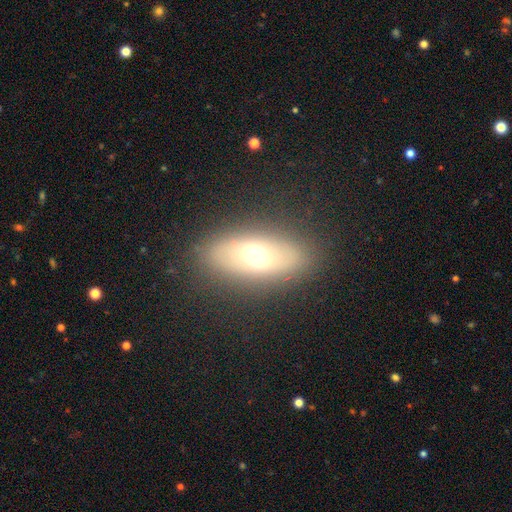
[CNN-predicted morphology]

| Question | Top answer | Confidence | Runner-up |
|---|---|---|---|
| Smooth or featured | smooth | 53% | featured or disk (37%) |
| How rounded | in between | 75% | cigar-shaped (19%) |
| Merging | none | 85% | minor disturbance (10%) |